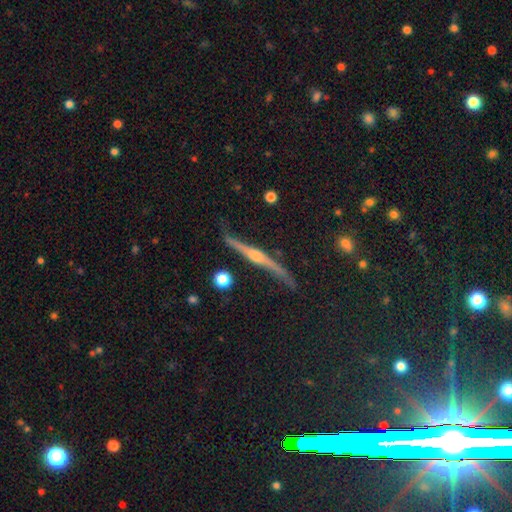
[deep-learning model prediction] This appears to be a featured or disk galaxy (82%) viewed edge-on (95%) with a rounded central bulge (88%). Merging: none (80%).